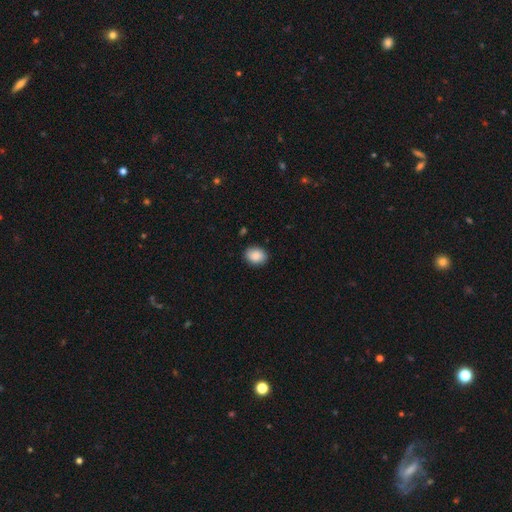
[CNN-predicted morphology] A smooth galaxy with no disk features (87%) that is in between round and cigar-shaped (56%). Merging: none (87%).